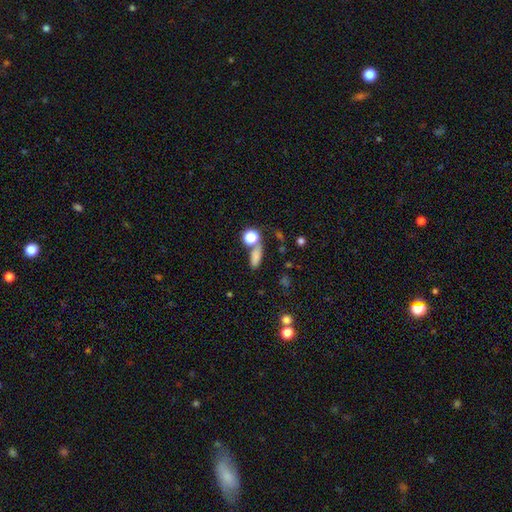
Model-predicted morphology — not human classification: A smooth galaxy with no disk features (75%) that is in between round and cigar-shaped (64%).

Vote fractions:
- Smooth or featured? smooth: 75% / star or artifact: 16% / featured or disk: 8%
- How rounded? in between: 64% / cigar-shaped: 21% / round: 15%
- Merging? none: 61% / merger: 20% / minor disturbance: 13% / major disturbance: 6%